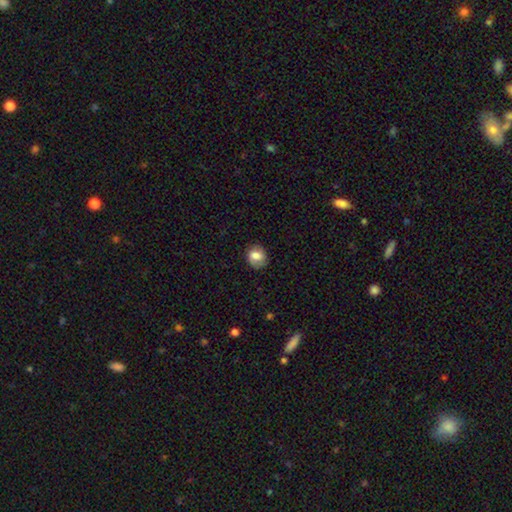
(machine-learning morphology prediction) smooth 75%, featured or disk 16%, star or artifact 9%. Down the decision tree: how rounded — round (65%); merging — none (78%).